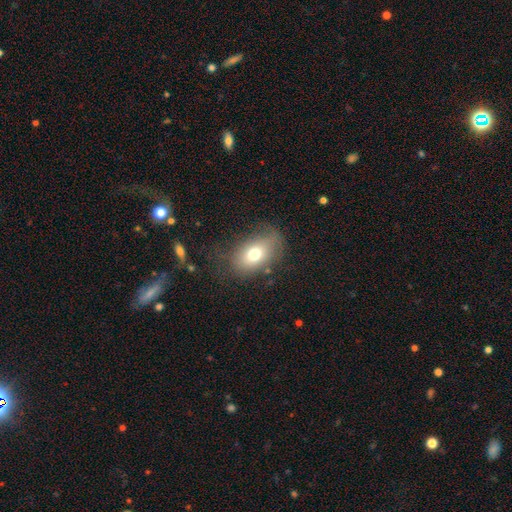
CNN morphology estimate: smooth-or-featured: smooth: 70% | featured or disk: 19% | star or artifact: 11%
  how-rounded: in between: 84% | round: 14% | cigar-shaped: 2%
  merging: none: 61% | minor disturbance: 25% | major disturbance: 12% | merger: 2%